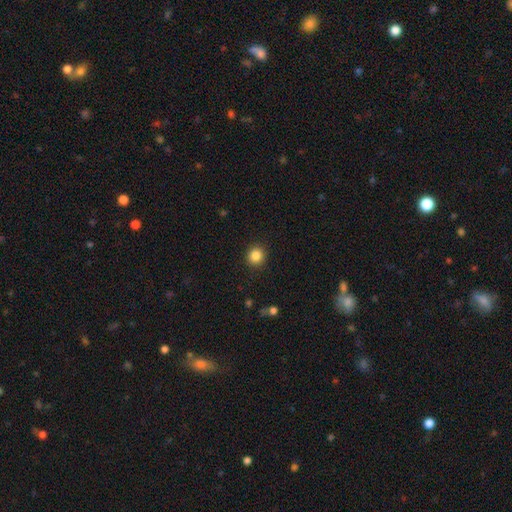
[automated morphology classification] This is clearly a smooth galaxy (85%). How rounded: clearly round (90%). Merging: clearly none (92%).